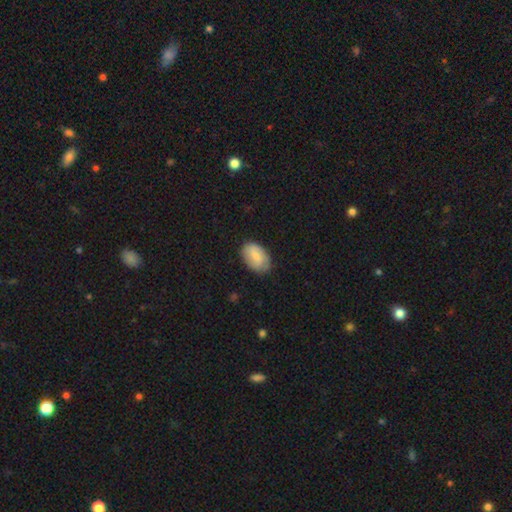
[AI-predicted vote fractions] Smooth or featured?
  - smooth: 63% *
  - featured or disk: 30%
  - star or artifact: 7%
How rounded?
  - in between: 89% *
  - round: 10%
  - cigar-shaped: 1%
Merging?
  - none: 77% *
  - minor disturbance: 18%
  - major disturbance: 4%
  - merger: 1%